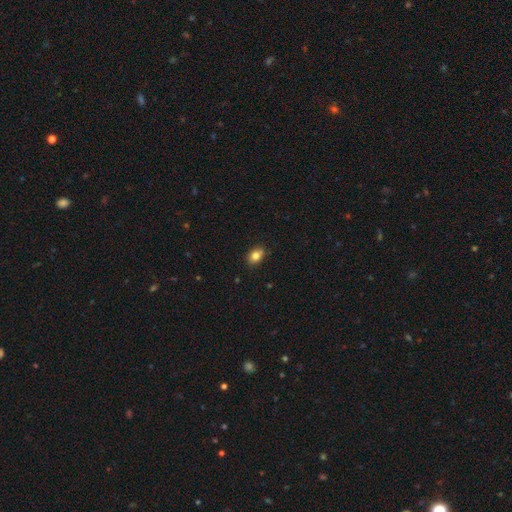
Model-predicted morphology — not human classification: The model was most divided on "how rounded": in between: 79%, round: 20%, cigar-shaped: 1%. More confident: merging — none (84%); smooth or featured — smooth (83%).